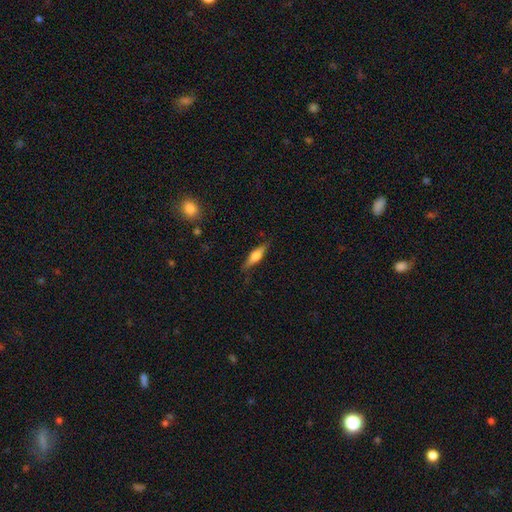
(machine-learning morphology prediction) Smooth or featured?
  - smooth: 53% *
  - featured or disk: 41%
  - star or artifact: 7%
How rounded?
  - cigar-shaped: 60% *
  - in between: 37%
  - round: 3%
Merging?
  - none: 79% *
  - minor disturbance: 16%
  - major disturbance: 4%
  - merger: 1%